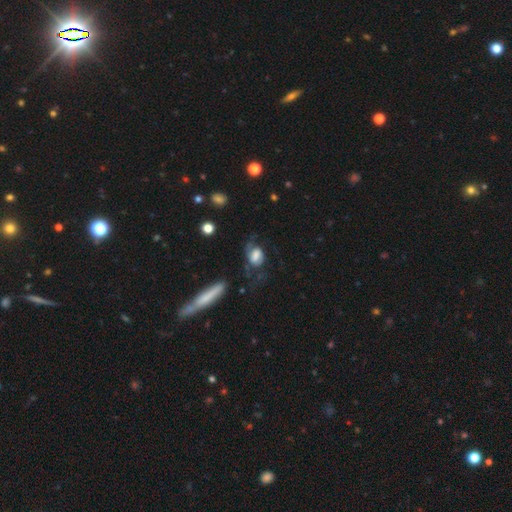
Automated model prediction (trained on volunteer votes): smooth_or_featured: featured or disk (p=0.46) [alt: smooth p=0.45]
merging: none (p=0.39) [alt: major disturbance p=0.33]